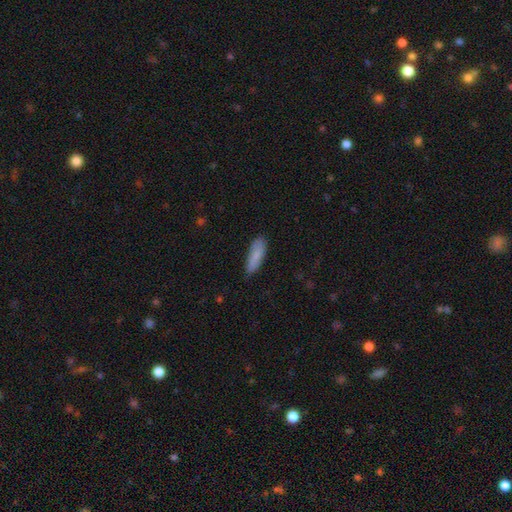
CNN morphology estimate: A smooth galaxy with no disk features (84%) that is in between round and cigar-shaped (54%). Merging: none (78%).